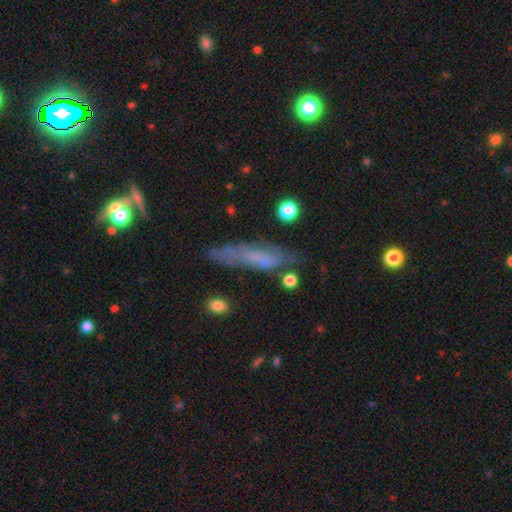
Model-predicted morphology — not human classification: A featured or disk galaxy (44%).

Vote fractions:
- Smooth or featured? featured or disk: 44% / smooth: 43% / star or artifact: 13%
- Merging? none: 60% / minor disturbance: 24% / major disturbance: 11% / merger: 5%